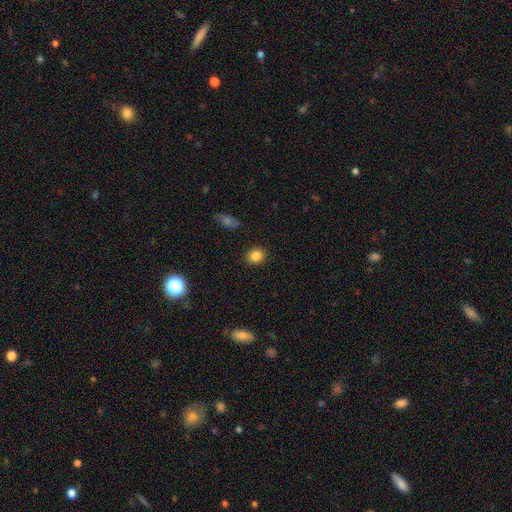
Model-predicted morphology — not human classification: The model was most divided on "how rounded": round: 75%, in between: 23%, cigar-shaped: 1%. More confident: merging — none (90%); smooth or featured — smooth (84%).